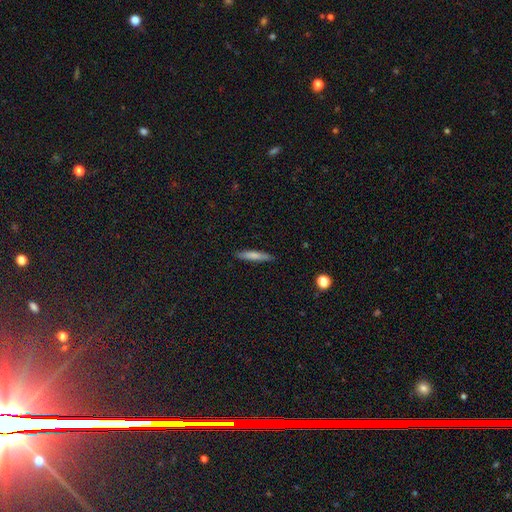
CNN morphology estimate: Overall: smooth (67%). How rounded: cigar-shaped (91%). Merging: none (89%).